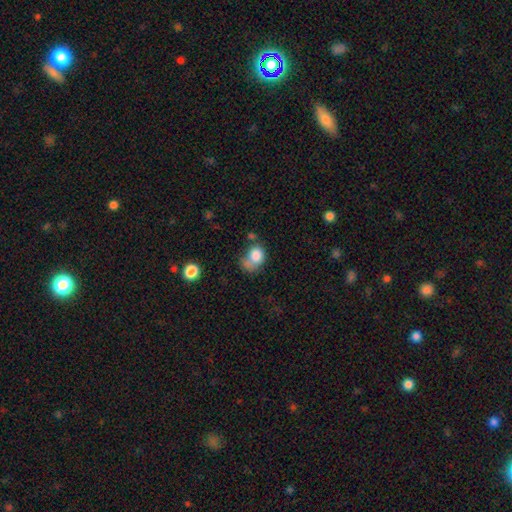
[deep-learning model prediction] This appears to be a smooth galaxy with no disk features (80%) that is in between round and cigar-shaped (54%). Merging: none (29%).